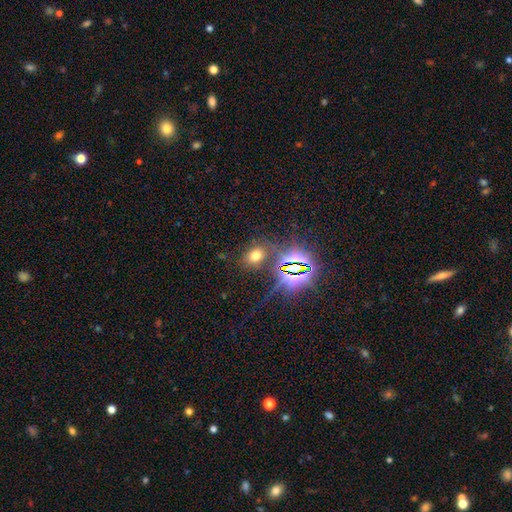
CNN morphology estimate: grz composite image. It shows a smooth galaxy with no disk features (57%) that is in between round and cigar-shaped (63%). Merging: none (78%).